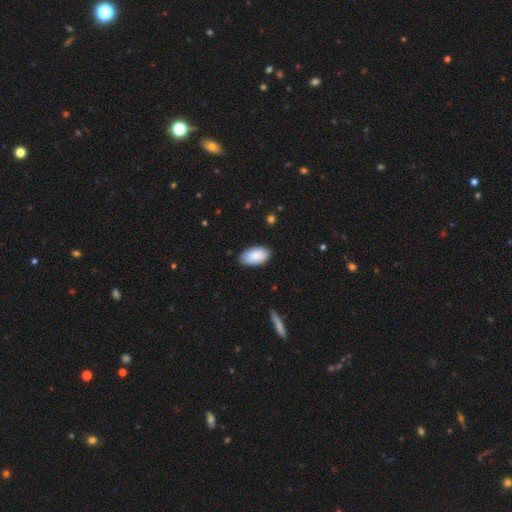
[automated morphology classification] smooth 90%, star or artifact 6%, featured or disk 5%. Down the decision tree: how rounded — in between (96%); merging — none (86%).